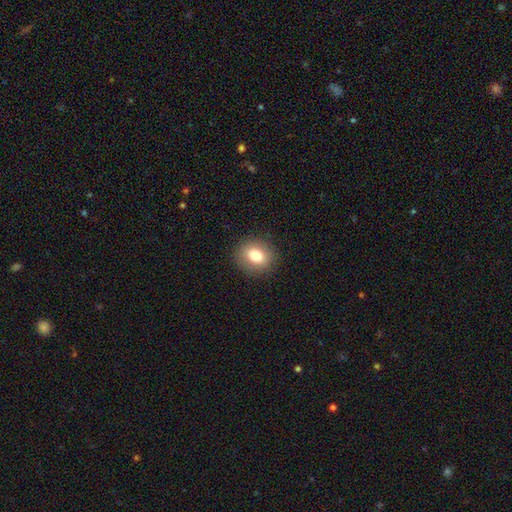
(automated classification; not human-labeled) Overall: smooth (80%). How rounded: round (66%; in between 33%). Merging: none (89%).